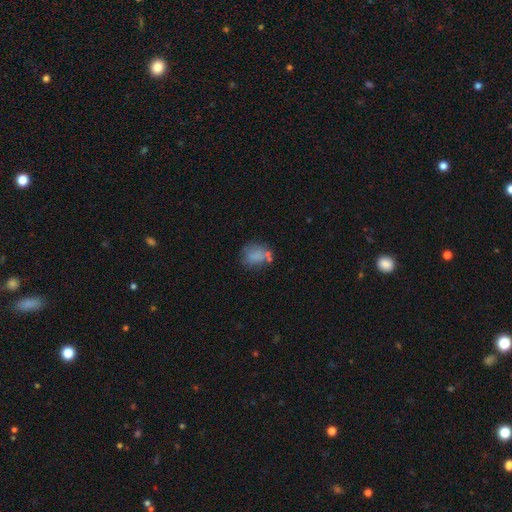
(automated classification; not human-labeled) Q: Smooth or featured?
A: smooth (69%); runner-up: featured or disk (19%)
Q: How rounded?
A: round (51%); runner-up: in between (48%)
Q: Merging?
A: none (50%); runner-up: minor disturbance (23%)